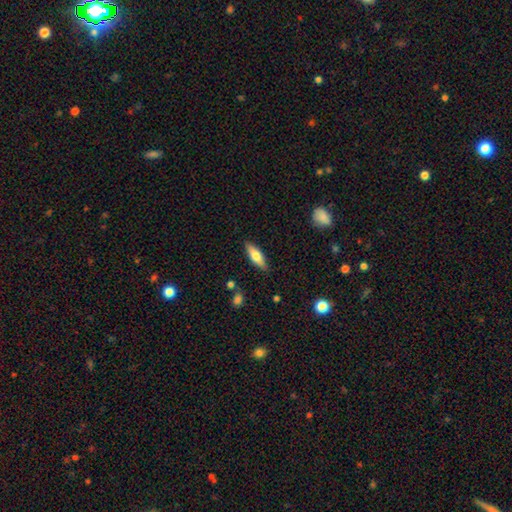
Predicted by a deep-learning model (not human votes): Overall: smooth (68%). How rounded: in between (54%; cigar-shaped 44%). Merging: none (86%).